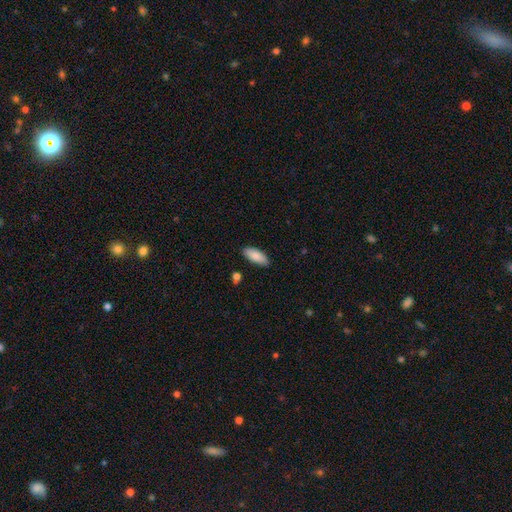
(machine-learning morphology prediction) type=smooth (87%); roundness=in between (81%); merging=none (86%).